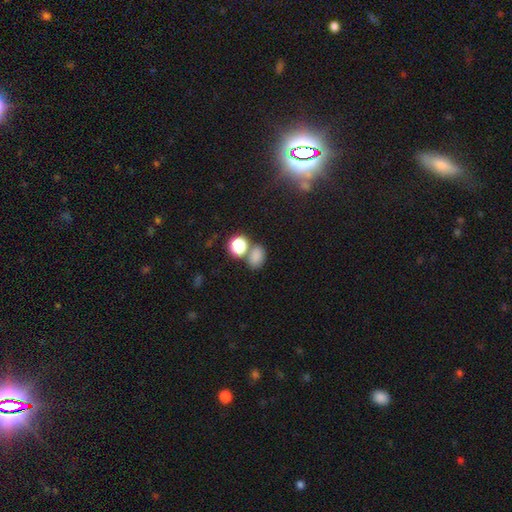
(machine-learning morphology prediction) The model was most divided on "merging": none: 56%, merger: 27%, minor disturbance: 12%, major disturbance: 5%. More confident: smooth or featured — smooth (79%); how rounded — in between (68%).